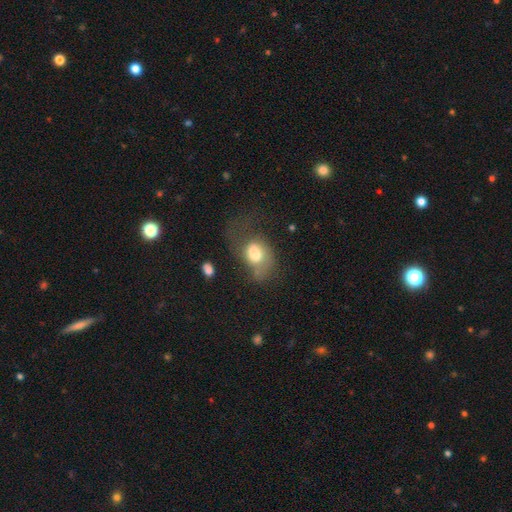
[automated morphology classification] smooth_or_featured: smooth (p=0.61) [alt: featured or disk p=0.29]
how_rounded: in between (p=0.73) [alt: round p=0.26]
merging: major disturbance (p=0.45) [alt: none p=0.20]